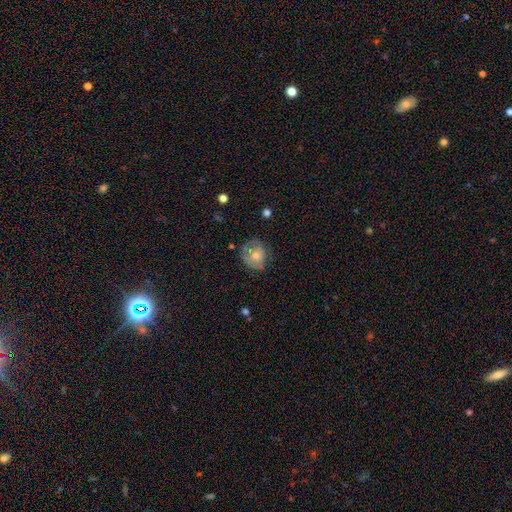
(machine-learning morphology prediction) Smooth or featured: smooth — 62% (featured or disk — 30%)
How rounded: round — 71% (in between — 28%)
Merging: none — 56% (minor disturbance — 29%)